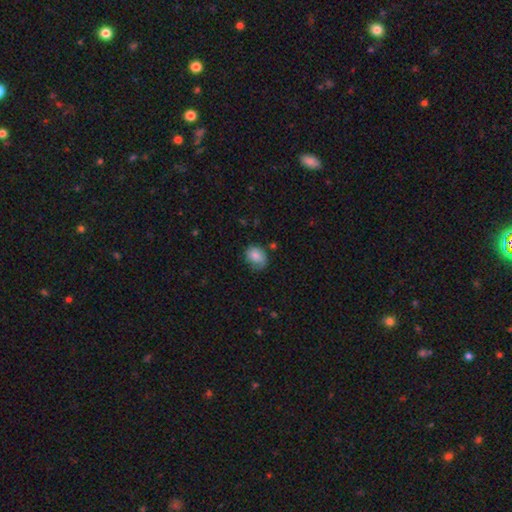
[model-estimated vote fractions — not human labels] Smooth or featured?
  - smooth: 82% *
  - featured or disk: 10%
  - star or artifact: 8%
How rounded?
  - in between: 57% *
  - round: 42%
  - cigar-shaped: 1%
Merging?
  - none: 55% *
  - minor disturbance: 33%
  - major disturbance: 9%
  - merger: 3%